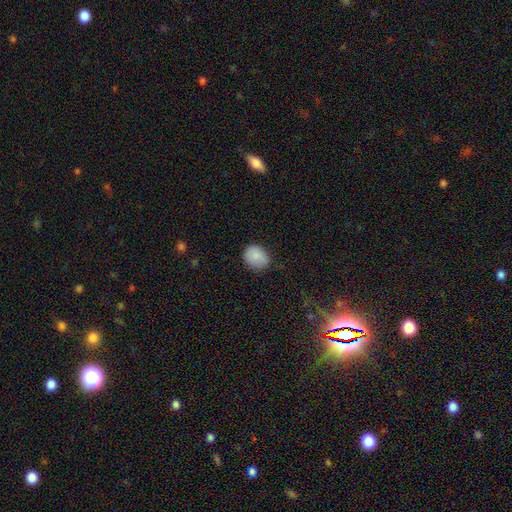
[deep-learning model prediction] A smooth galaxy with no disk features (87%) that is round (57%). Merging: none (73%).